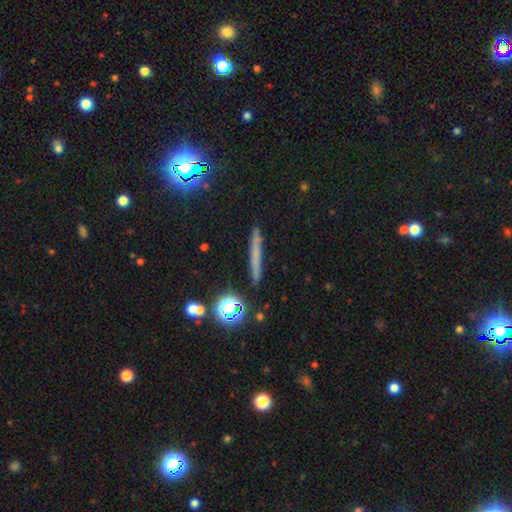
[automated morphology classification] smooth_or_featured: smooth (p=0.53) [alt: featured or disk p=0.31]
how_rounded: cigar-shaped (p=0.92) [alt: round p=0.05]
merging: none (p=0.88) [alt: minor disturbance p=0.08]